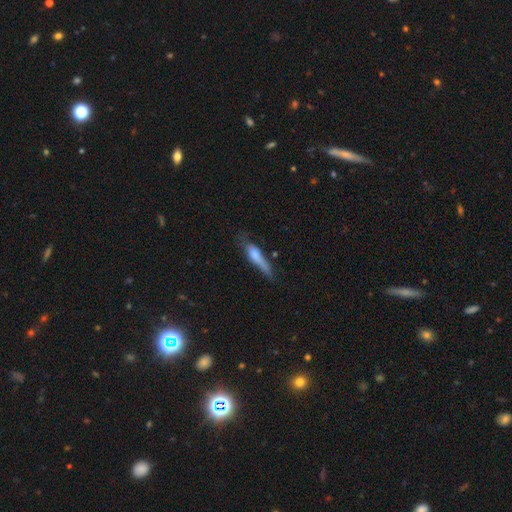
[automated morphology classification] Q: Smooth or featured?
A: smooth (66%); runner-up: featured or disk (26%)
Q: How rounded?
A: cigar-shaped (72%); runner-up: in between (25%)
Q: Merging?
A: none (38%); runner-up: minor disturbance (33%)